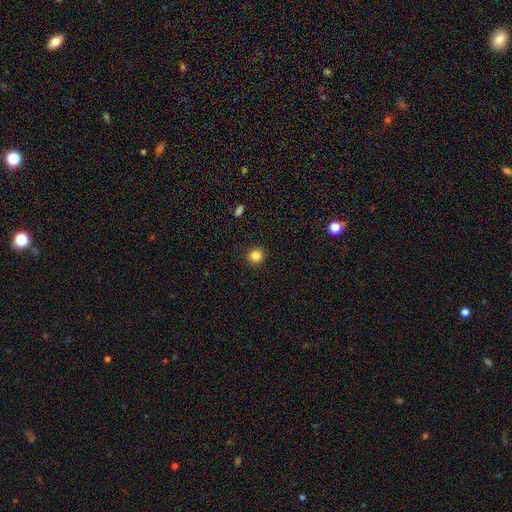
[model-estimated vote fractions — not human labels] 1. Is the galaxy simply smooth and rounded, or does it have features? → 85% smooth, 11% star or artifact, 4% featured or disk.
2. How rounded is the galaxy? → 93% round, 6% in between, 1% cigar-shaped.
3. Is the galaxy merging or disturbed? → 93% none, 5% minor disturbance, 2% major disturbance, 1% merger.